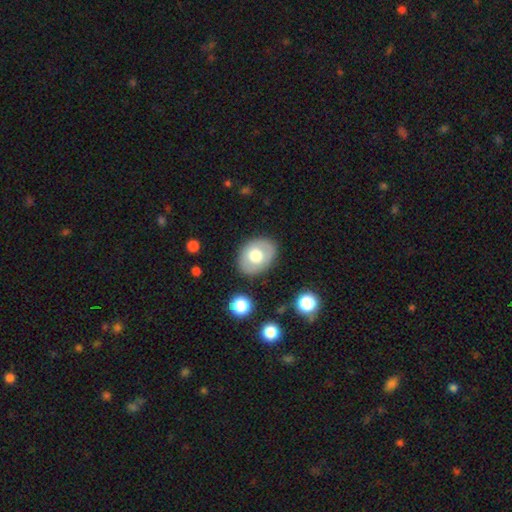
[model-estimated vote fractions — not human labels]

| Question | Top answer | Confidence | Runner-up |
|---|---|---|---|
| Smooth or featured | smooth | 65% | featured or disk (28%) |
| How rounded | in between | 68% | round (31%) |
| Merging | none | 85% | minor disturbance (10%) |